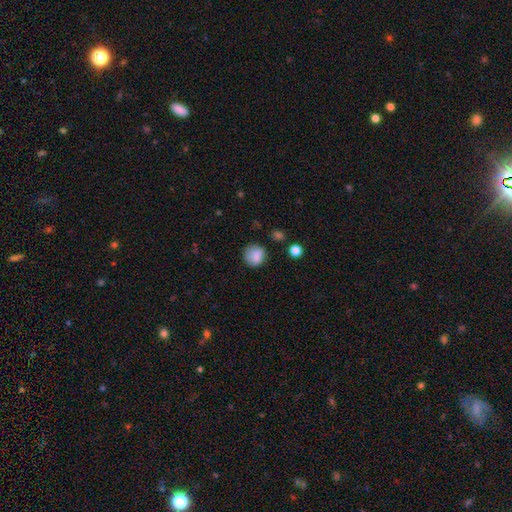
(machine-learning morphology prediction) This is likely a smooth galaxy (80%). How rounded: clearly round (81%). Merging: likely none (68%).